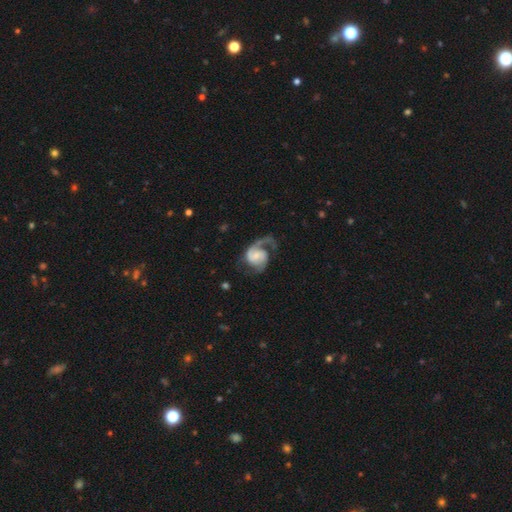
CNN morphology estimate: Overall: featured or disk (82%). Edge-on disk: no (98%). Bar: no (55%; weak 37%). Spiral arms: yes (95%). Spiral arm count: 2 (54%; 1 39%). Spiral winding: medium (46%; loose 35%). Bulge size: small (48%; moderate 27%). Merging: none (42%; major disturbance 35%).